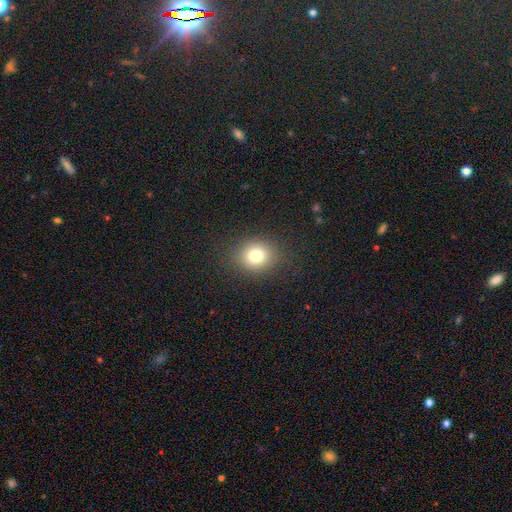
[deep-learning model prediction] smooth 77%, star or artifact 14%, featured or disk 9%. Down the decision tree: how rounded — round (74%); merging — none (88%).